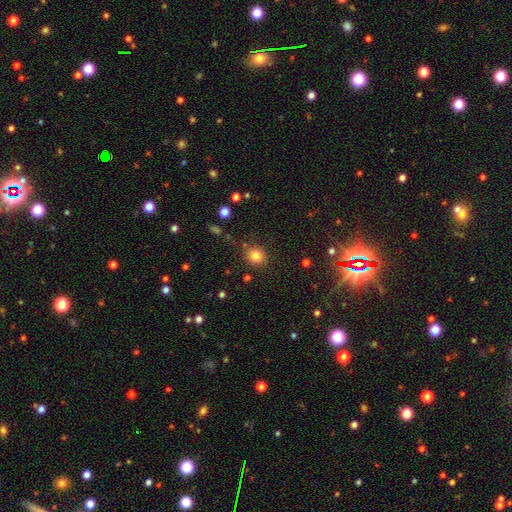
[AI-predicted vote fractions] Q: Smooth or featured?
A: smooth (81%); runner-up: star or artifact (13%)
Q: How rounded?
A: round (87%); runner-up: in between (12%)
Q: Merging?
A: none (84%); runner-up: minor disturbance (9%)